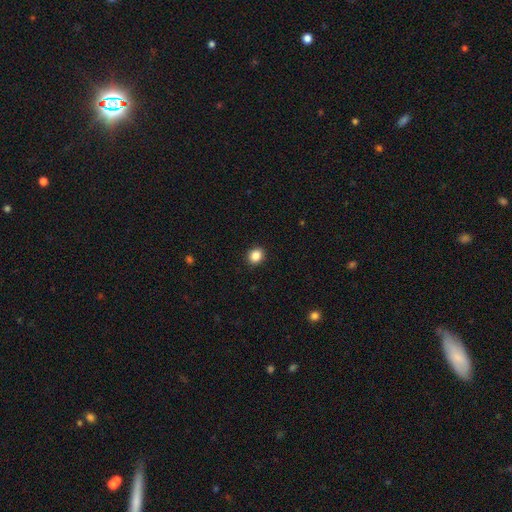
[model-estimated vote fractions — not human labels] Morphology: type=smooth (87%); roundness=round (72%); merging=none (92%).